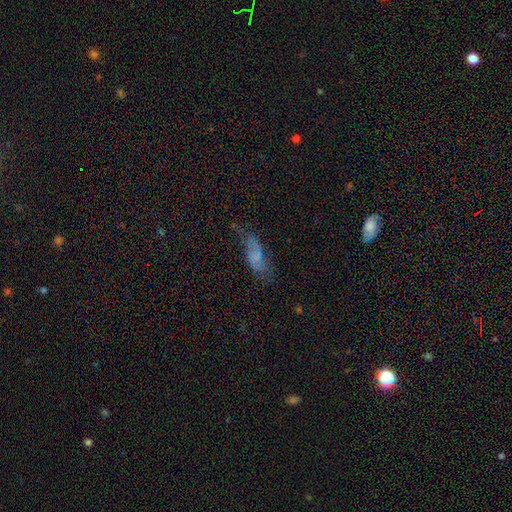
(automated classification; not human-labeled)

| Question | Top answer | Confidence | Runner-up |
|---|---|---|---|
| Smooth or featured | smooth | 51% | featured or disk (37%) |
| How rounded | in between | 71% | cigar-shaped (25%) |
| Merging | none | 46% | minor disturbance (28%) |